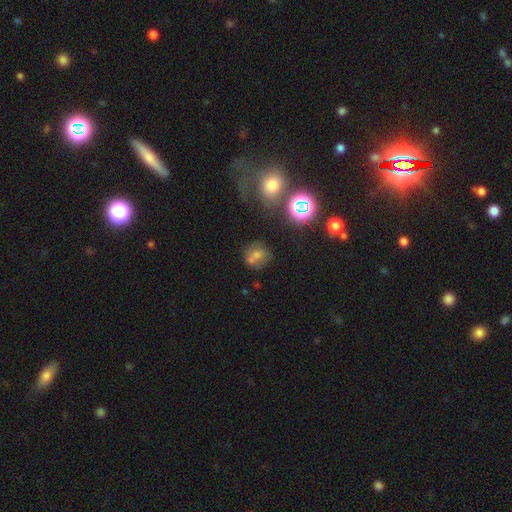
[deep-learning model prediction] Q: Smooth or featured?
A: smooth (59%); runner-up: star or artifact (22%)
Q: How rounded?
A: round (74%); runner-up: in between (25%)
Q: Merging?
A: none (50%); runner-up: merger (28%)